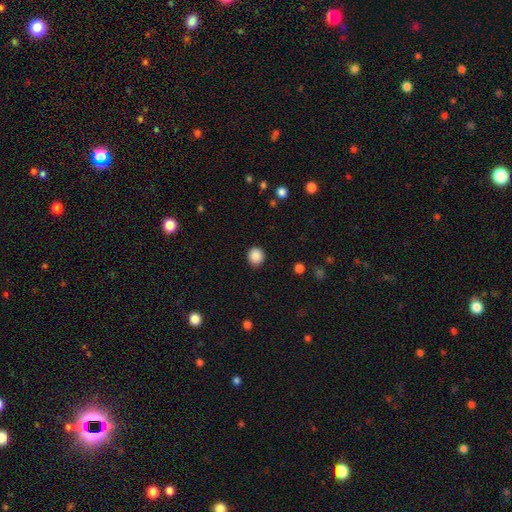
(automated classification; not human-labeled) Q: Smooth or featured?
A: smooth (87%); runner-up: star or artifact (9%)
Q: How rounded?
A: round (86%); runner-up: in between (13%)
Q: Merging?
A: none (90%); runner-up: minor disturbance (7%)